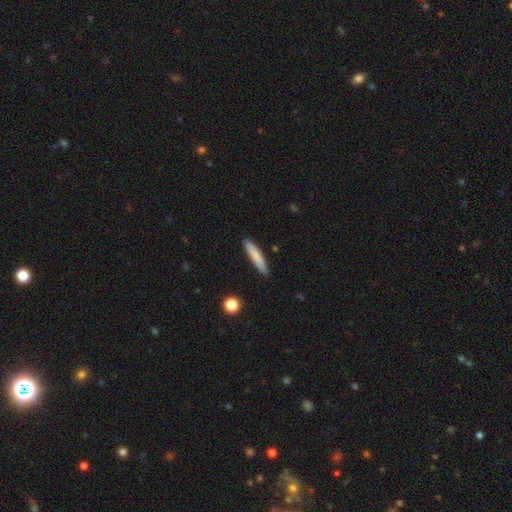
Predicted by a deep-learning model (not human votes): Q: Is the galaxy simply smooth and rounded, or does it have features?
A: smooth — 79%.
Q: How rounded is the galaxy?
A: cigar-shaped — 90%.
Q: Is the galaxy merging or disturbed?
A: none — 87%.